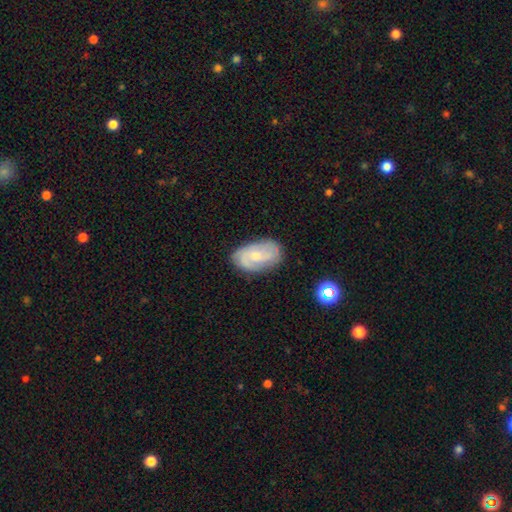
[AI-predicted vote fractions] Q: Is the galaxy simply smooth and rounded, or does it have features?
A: featured or disk — 59%.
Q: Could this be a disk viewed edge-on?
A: no — 95%.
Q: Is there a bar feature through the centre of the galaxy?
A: no — 60%.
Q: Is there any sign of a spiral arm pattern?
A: yes — 84%.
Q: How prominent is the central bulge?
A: small — 52%.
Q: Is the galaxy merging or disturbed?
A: none — 75%.